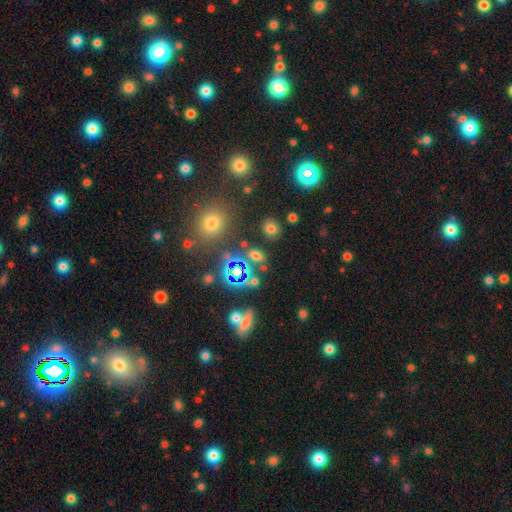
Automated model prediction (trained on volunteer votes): smooth 52%, star or artifact 38%, featured or disk 10%. Down the decision tree: how rounded — in between (62%); merging — none (73%).